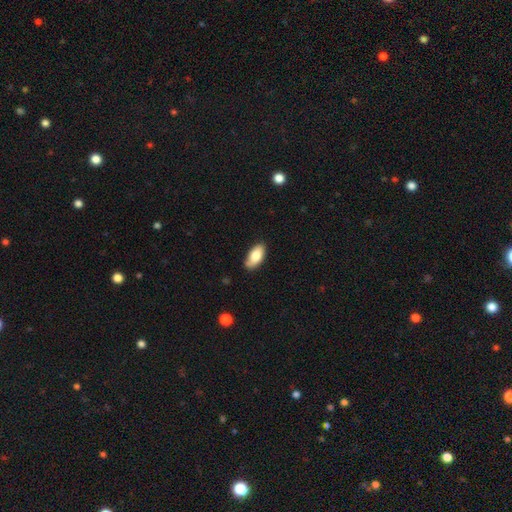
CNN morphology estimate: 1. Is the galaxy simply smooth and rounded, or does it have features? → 81% smooth, 13% featured or disk, 6% star or artifact.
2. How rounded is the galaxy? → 93% in between, 5% cigar-shaped, 3% round.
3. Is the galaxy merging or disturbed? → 78% none, 18% minor disturbance, 3% major disturbance, 2% merger.